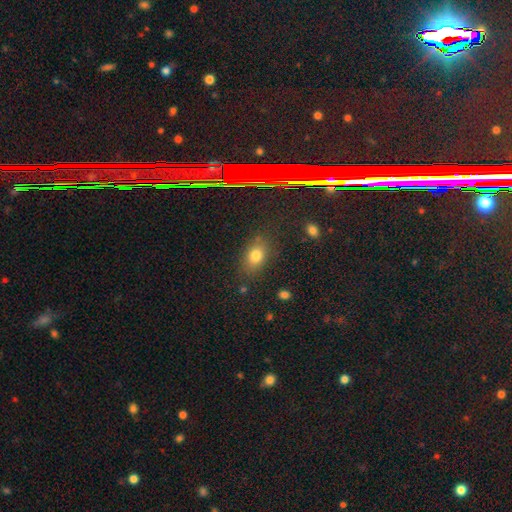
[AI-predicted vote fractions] The model was most divided on "how rounded": in between: 75%, round: 22%, cigar-shaped: 3%. More confident: merging — none (78%); smooth or featured — smooth (75%).